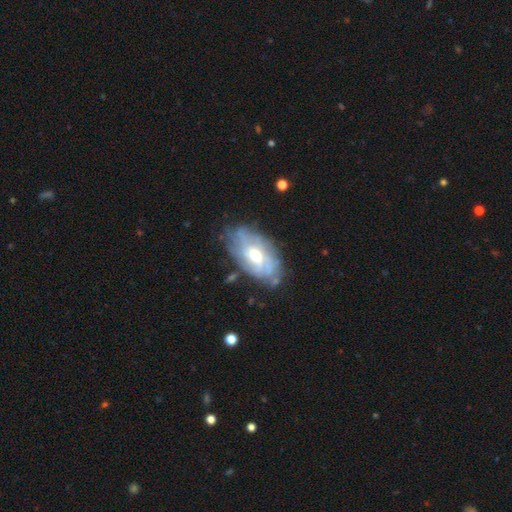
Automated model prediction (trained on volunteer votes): Smooth or featured? featured or disk (74%)
Edge-on disk? no (92%)
Bar? no (58%)
Spiral arms? yes (77%)
Spiral winding? tight (58%)
Spiral arm count? can't tell (59%)
Bulge size? moderate (69%)
Merging? none (69%)